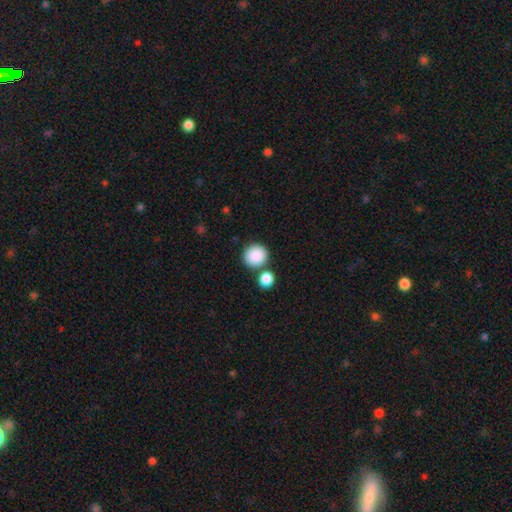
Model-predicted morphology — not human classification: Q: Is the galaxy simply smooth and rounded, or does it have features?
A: smooth — 88%.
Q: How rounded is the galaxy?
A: round — 91%.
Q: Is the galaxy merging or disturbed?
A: none — 73%.